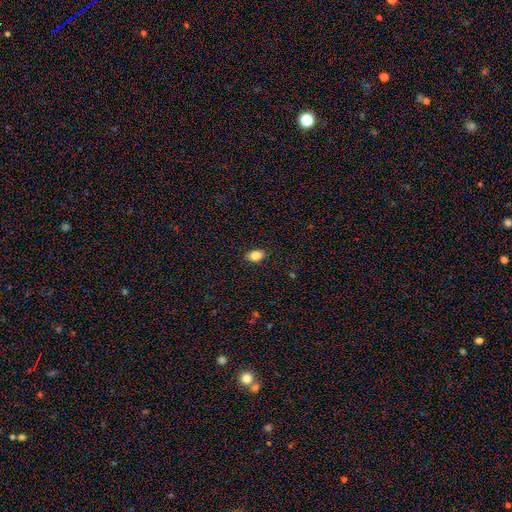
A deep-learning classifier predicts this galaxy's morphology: Overall: smooth (84%). How rounded: in between (83%). Merging: none (88%).